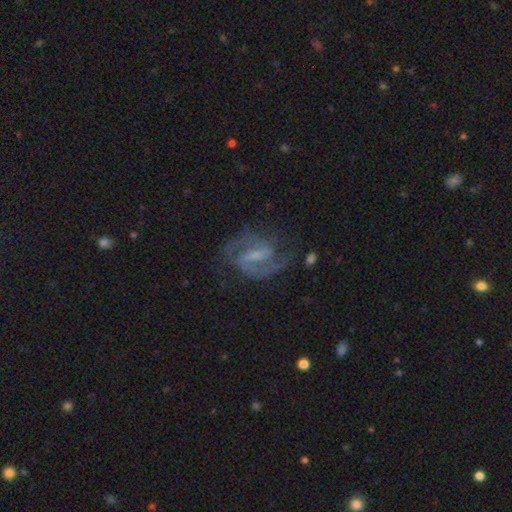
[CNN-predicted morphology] Smooth or featured: featured or disk — 89% (smooth — 6%)
Edge-on disk: no — 98% (yes — 2%)
Bar: weak — 49% (strong — 38%)
Spiral arms: yes — 97% (no — 3%)
Spiral winding: medium — 61% (tight — 22%)
Spiral arm count: 2 — 90% (can't tell — 3%)
Bulge size: small — 43% (none — 29%)
Merging: none — 71% (minor disturbance — 16%)